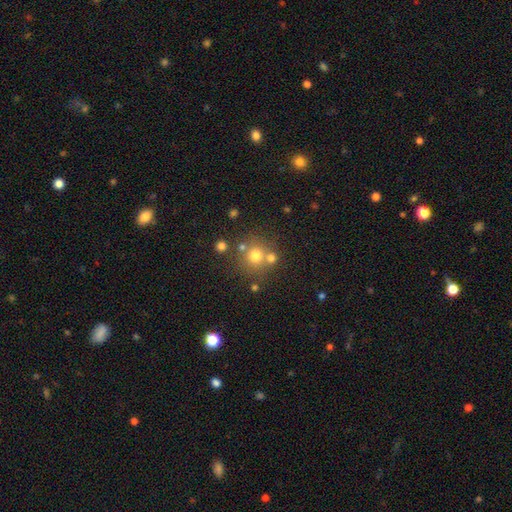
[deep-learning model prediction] smooth 71%, star or artifact 16%, featured or disk 13%. Down the decision tree: how rounded — round (91%); merging — none (66%).